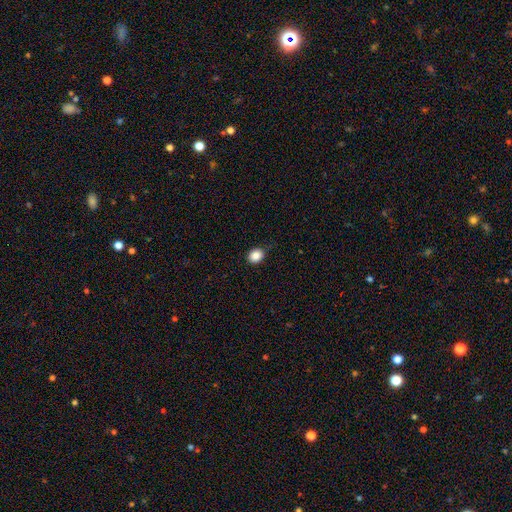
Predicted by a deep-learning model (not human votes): Morphology: type=smooth (87%); roundness=round (59%); merging=none (83%).